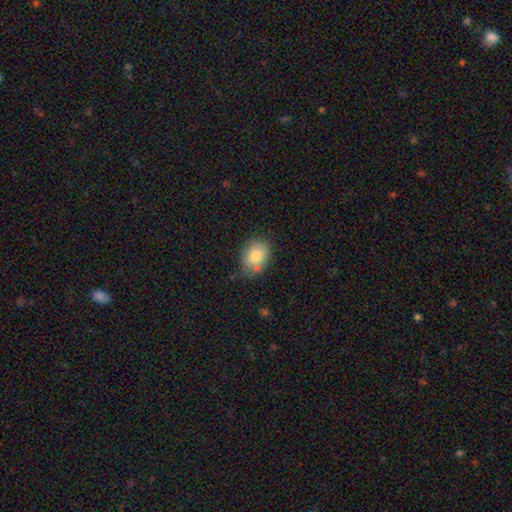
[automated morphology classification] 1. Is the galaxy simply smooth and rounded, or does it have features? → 81% smooth, 11% featured or disk, 8% star or artifact.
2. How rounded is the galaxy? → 70% in between, 29% round, 1% cigar-shaped.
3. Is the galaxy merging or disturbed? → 66% none, 22% minor disturbance, 7% merger, 5% major disturbance.